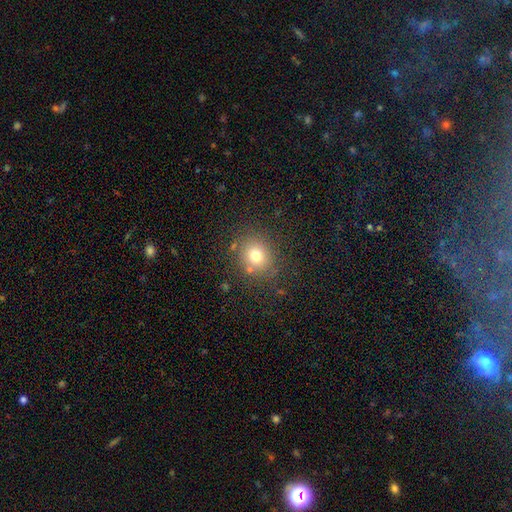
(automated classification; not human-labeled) This is likely a smooth galaxy (74%). How rounded: clearly round (83%). Merging: clearly none (81%).